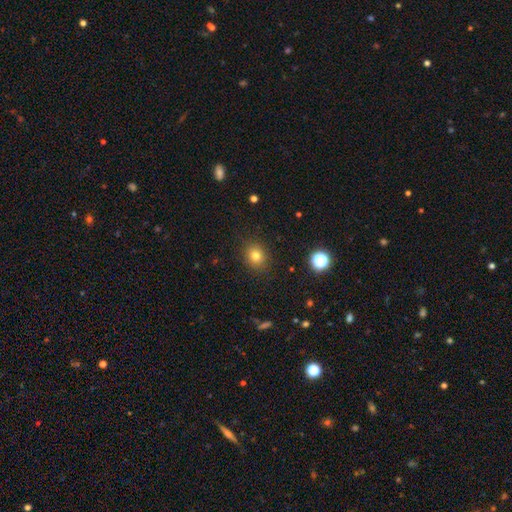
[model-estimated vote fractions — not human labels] Smooth or featured? smooth (78%)
How rounded? round (74%)
Merging? none (88%)